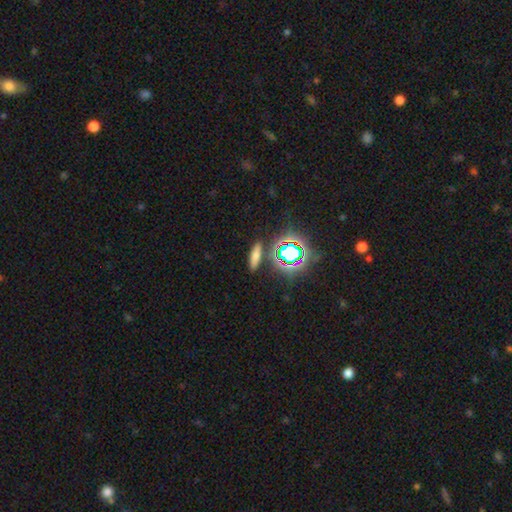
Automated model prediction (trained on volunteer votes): smooth_or_featured: smooth (p=0.60) [alt: star or artifact p=0.24]
how_rounded: cigar-shaped (p=0.56) [alt: in between p=0.36]
merging: none (p=0.84) [alt: minor disturbance p=0.09]